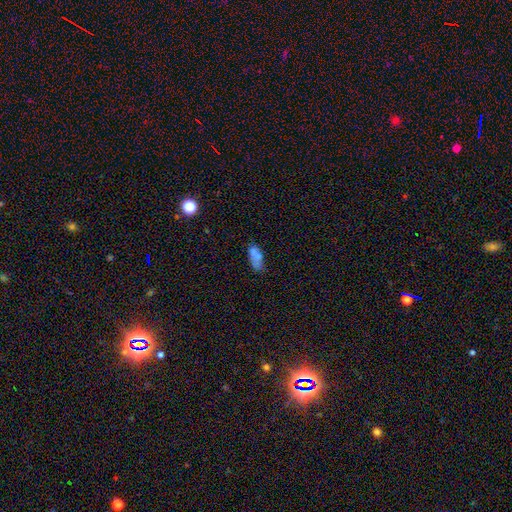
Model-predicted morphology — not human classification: smooth 69%, featured or disk 19%, star or artifact 12%. Down the decision tree: how rounded — in between (82%); merging — none (49%).